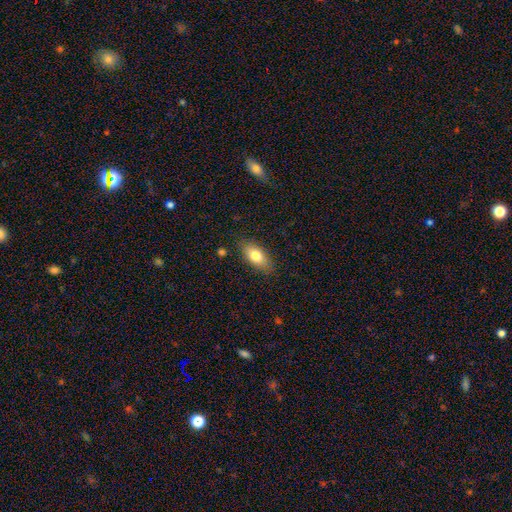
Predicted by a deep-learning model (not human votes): Smooth or featured? smooth (77%)
How rounded? in between (87%)
Merging? none (84%)